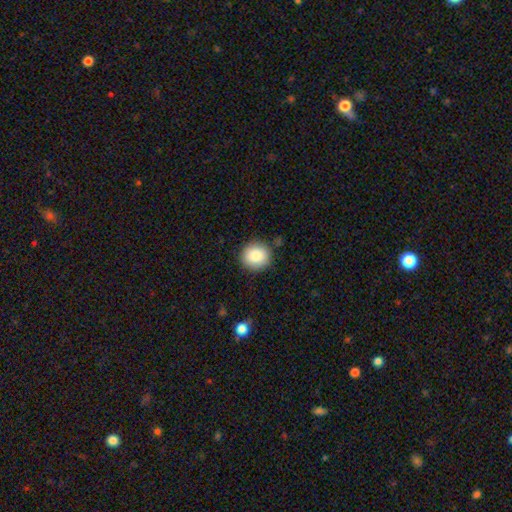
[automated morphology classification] smooth_or_featured: smooth (p=0.87) [alt: star or artifact p=0.08]
how_rounded: round (p=0.90) [alt: in between p=0.09]
merging: none (p=0.88) [alt: minor disturbance p=0.08]